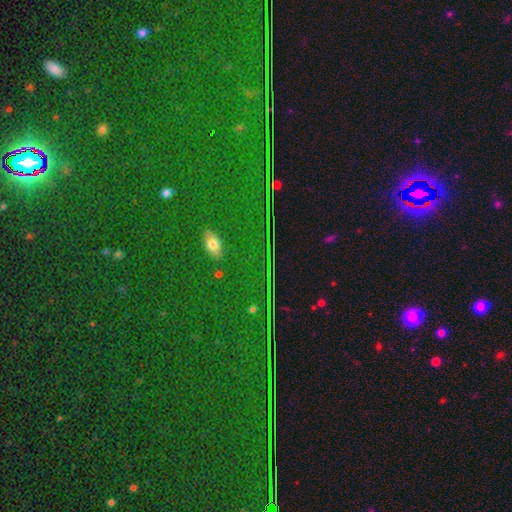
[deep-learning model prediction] Overall: star or artifact (84%).